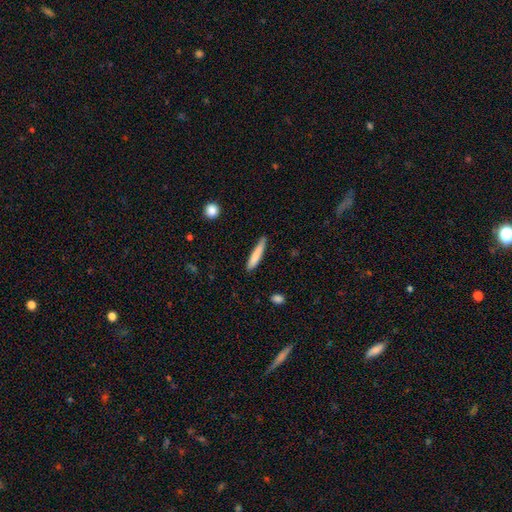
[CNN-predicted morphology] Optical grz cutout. It shows a smooth galaxy with no disk features (79%) that is cigar-shaped (91%). Merging: none (76%).